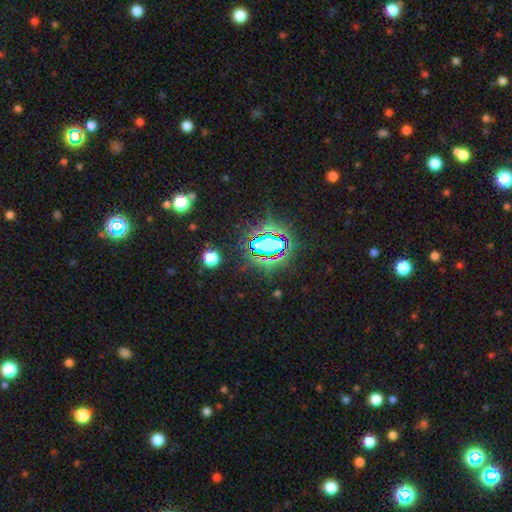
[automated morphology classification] This appears to be a star or artifact, not a galaxy (81%).